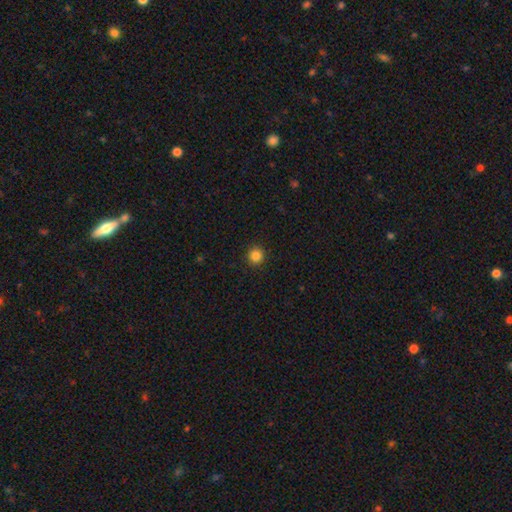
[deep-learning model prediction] Smooth or featured?
  - smooth: 85% *
  - star or artifact: 11%
  - featured or disk: 3%
How rounded?
  - round: 95% *
  - in between: 4%
  - cigar-shaped: 1%
Merging?
  - none: 92% *
  - minor disturbance: 5%
  - major disturbance: 2%
  - merger: 1%